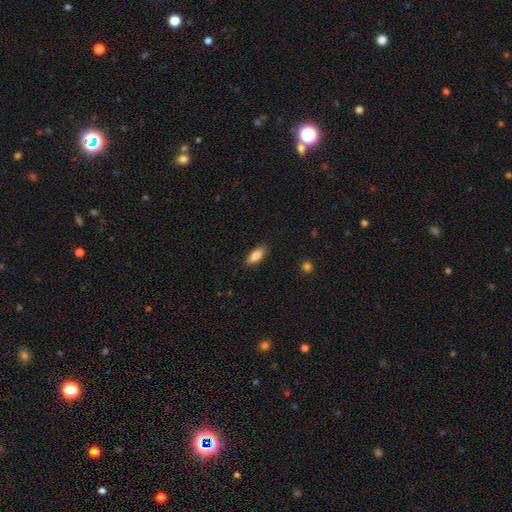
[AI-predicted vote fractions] Smooth or featured? Predicted: smooth (p=0.86). How rounded? Predicted: in between (p=0.80). Merging? Predicted: none (p=0.88).